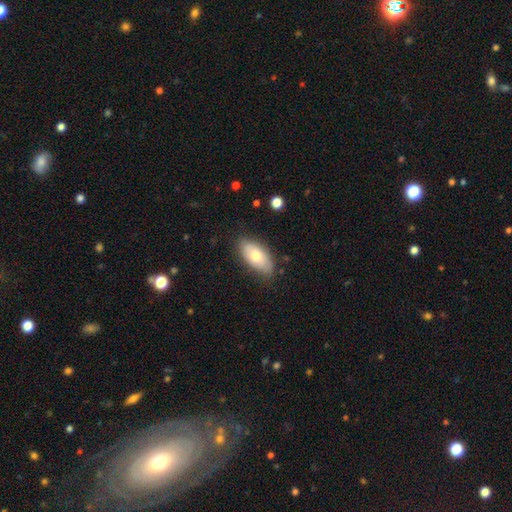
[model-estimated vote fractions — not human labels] Smooth or featured? Predicted: smooth (p=0.72). How rounded? Predicted: in between (p=0.92). Merging? Predicted: none (p=0.78).